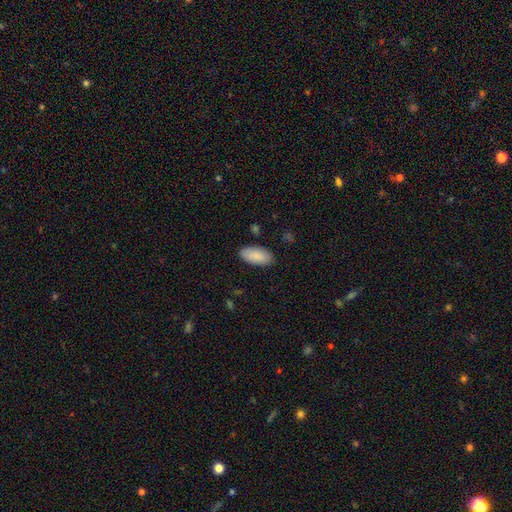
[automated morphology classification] The model was most divided on "merging": none: 85%, minor disturbance: 11%, major disturbance: 2%, merger: 1%. More confident: how rounded — in between (93%); smooth or featured — smooth (88%).